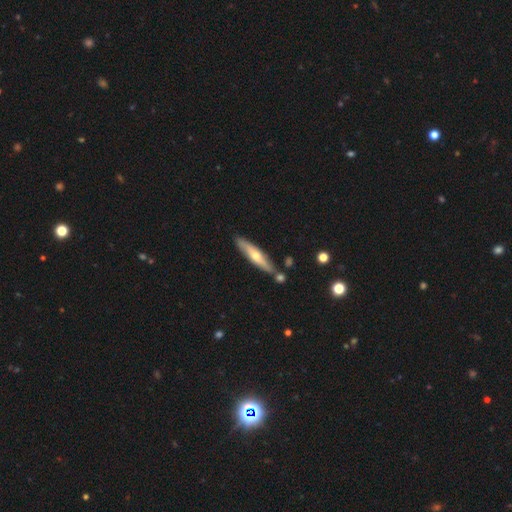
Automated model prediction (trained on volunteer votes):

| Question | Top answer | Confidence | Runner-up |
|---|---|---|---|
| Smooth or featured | featured or disk | 51% | smooth (44%) |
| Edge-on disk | yes | 85% | no (15%) |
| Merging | none | 79% | minor disturbance (12%) |